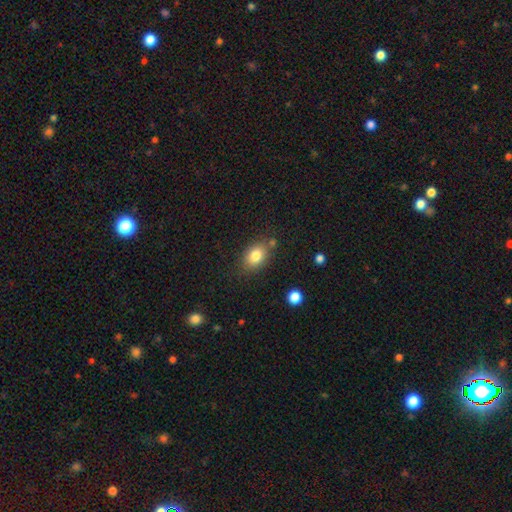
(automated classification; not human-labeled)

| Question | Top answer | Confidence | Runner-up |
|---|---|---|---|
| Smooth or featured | smooth | 81% | featured or disk (9%) |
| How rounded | in between | 74% | round (25%) |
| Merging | none | 75% | minor disturbance (15%) |